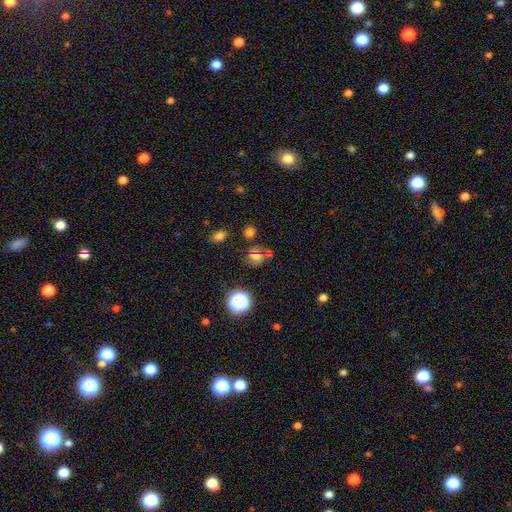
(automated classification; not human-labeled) This appears to be a smooth galaxy with no disk features (57%) that is round (67%). Merging: none (68%).